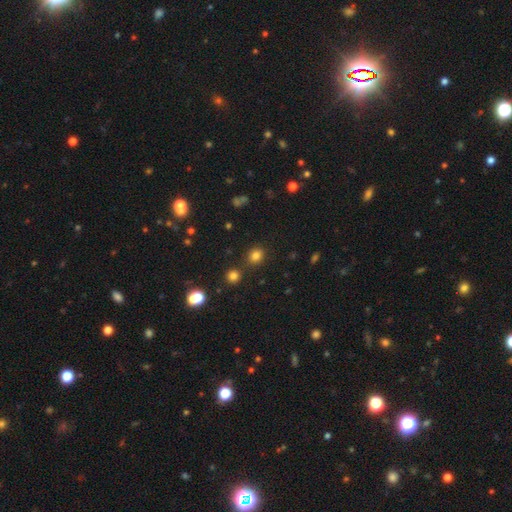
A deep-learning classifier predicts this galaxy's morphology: This appears to be a smooth galaxy with no disk features (80%) that is round (71%). Merging: none (80%).